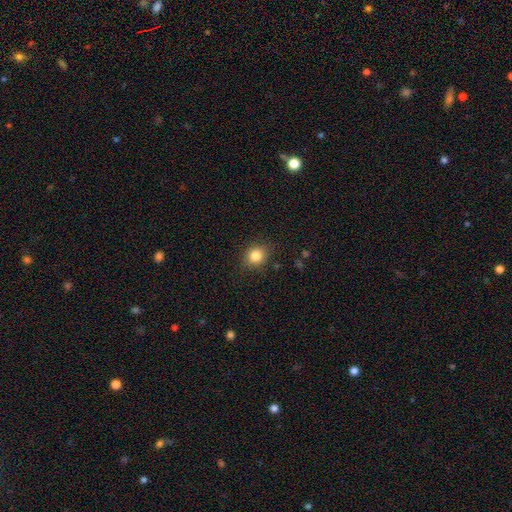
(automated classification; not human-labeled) smooth-or-featured: smooth: 83% | star or artifact: 11% | featured or disk: 6%
  how-rounded: round: 67% | in between: 32% | cigar-shaped: 1%
  merging: none: 85% | minor disturbance: 11% | major disturbance: 3% | merger: 1%